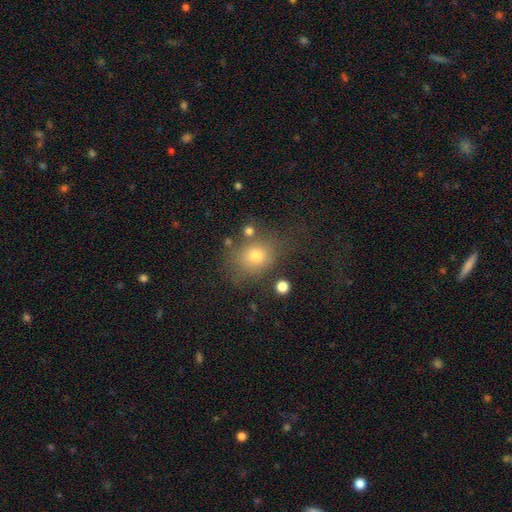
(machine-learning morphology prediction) smooth_or_featured: smooth (p=0.73) [alt: star or artifact p=0.15]
how_rounded: round (p=0.53) [alt: in between p=0.46]
merging: none (p=0.63) [alt: minor disturbance p=0.18]